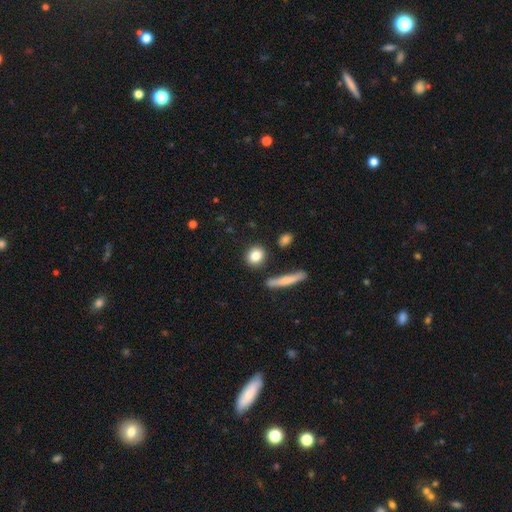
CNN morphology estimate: The model was most divided on "how rounded": round: 66%, in between: 28%, cigar-shaped: 6%. More confident: merging — none (85%); smooth or featured — smooth (83%).